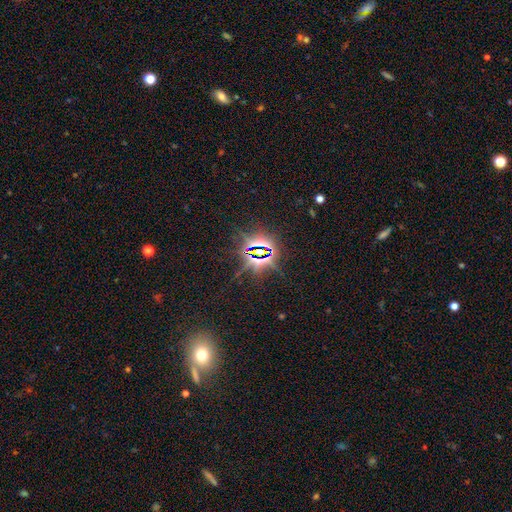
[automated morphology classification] This appears to be a star or artifact, not a galaxy (83%).